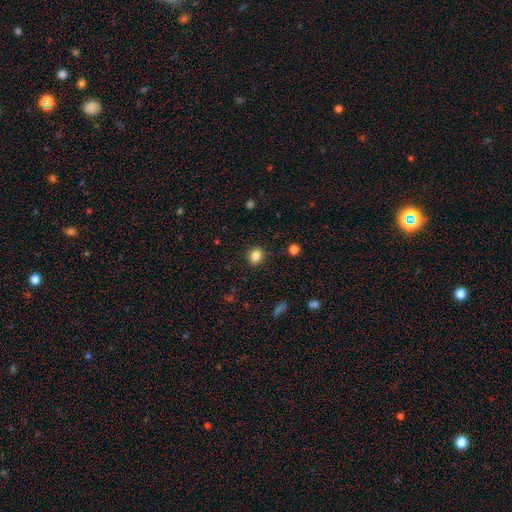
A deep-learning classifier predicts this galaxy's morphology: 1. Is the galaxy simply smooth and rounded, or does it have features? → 85% smooth, 11% star or artifact, 5% featured or disk.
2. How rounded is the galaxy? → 61% round, 38% in between, 1% cigar-shaped.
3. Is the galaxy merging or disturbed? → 88% none, 8% minor disturbance, 2% major disturbance, 1% merger.